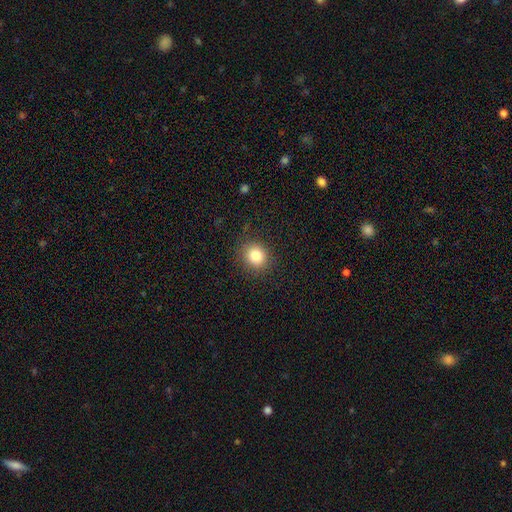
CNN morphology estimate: smooth-or-featured: smooth: 83% | star or artifact: 11% | featured or disk: 6%
  how-rounded: round: 78% | in between: 21% | cigar-shaped: 1%
  merging: none: 87% | minor disturbance: 9% | major disturbance: 3% | merger: 1%